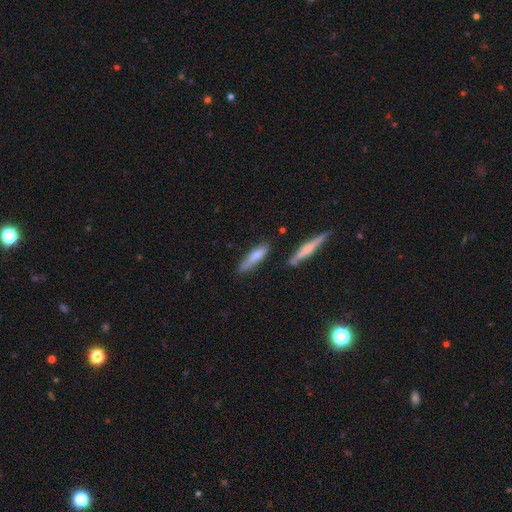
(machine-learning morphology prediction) Smooth or featured: smooth — 72% (featured or disk — 22%)
How rounded: cigar-shaped — 77% (in between — 22%)
Merging: none — 64% (minor disturbance — 23%)